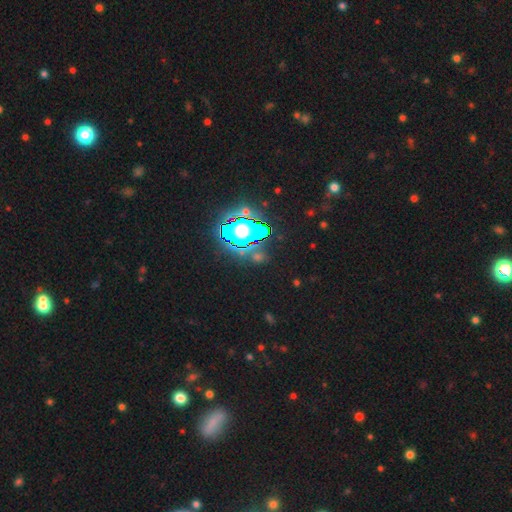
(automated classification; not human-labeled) Overall: star or artifact (70%).